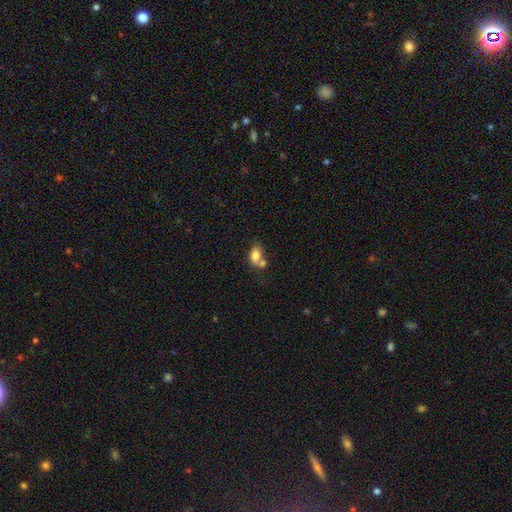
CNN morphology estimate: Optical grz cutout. It shows a smooth galaxy with no disk features (77%) that is in between round and cigar-shaped (84%). Merging: merger (46%).